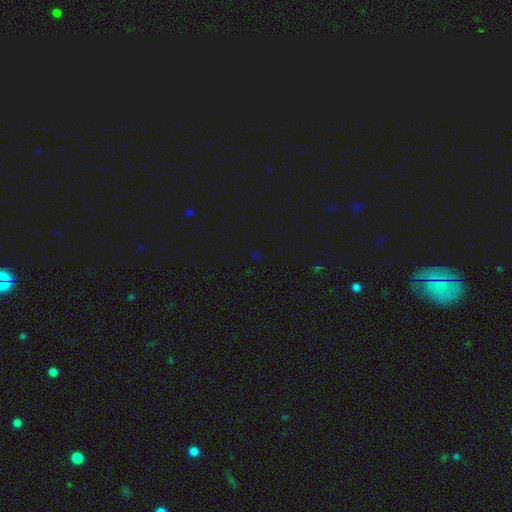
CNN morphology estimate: star or artifact 71%, smooth 23%, featured or disk 6%.